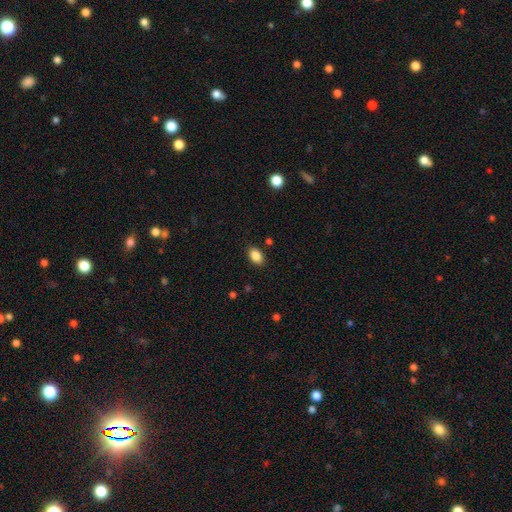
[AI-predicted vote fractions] Smooth or featured? Predicted: smooth (p=0.87). How rounded? Predicted: in between (p=0.87). Merging? Predicted: none (p=0.87).